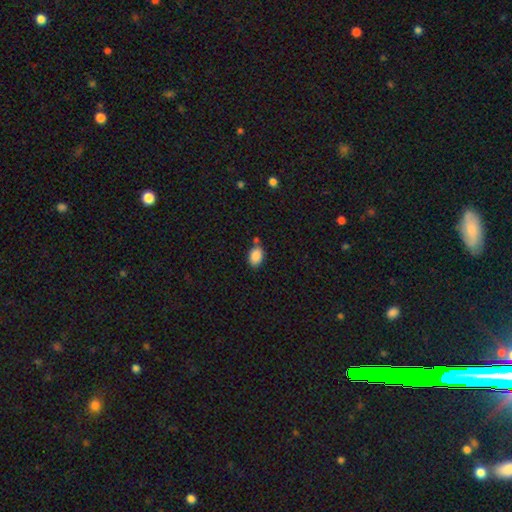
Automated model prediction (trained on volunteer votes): A smooth galaxy with no disk features (88%) that is in between round and cigar-shaped (85%). Merging: none (68%).